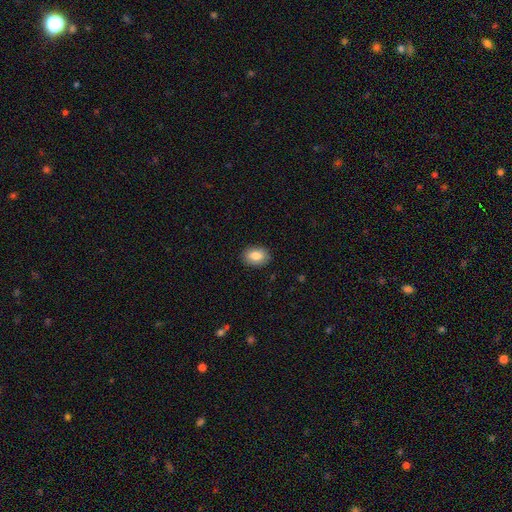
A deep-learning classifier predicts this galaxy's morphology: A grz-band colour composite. It shows a smooth galaxy with no disk features (84%) that is in between round and cigar-shaped (76%). Merging: none (88%).